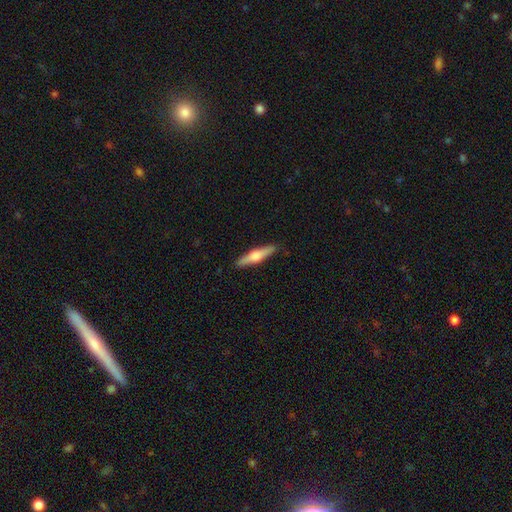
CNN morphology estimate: This appears to be a featured or disk galaxy (51%) viewed edge-on (96%). Merging: none (90%).